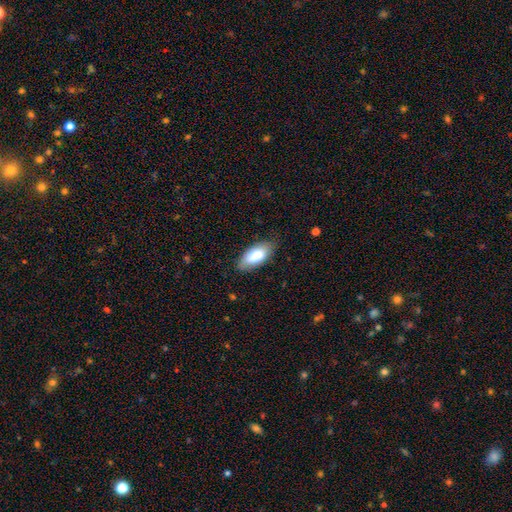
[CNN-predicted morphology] Q: Smooth or featured?
A: smooth (80%); runner-up: featured or disk (14%)
Q: How rounded?
A: in between (87%); runner-up: cigar-shaped (12%)
Q: Merging?
A: none (80%); runner-up: minor disturbance (16%)